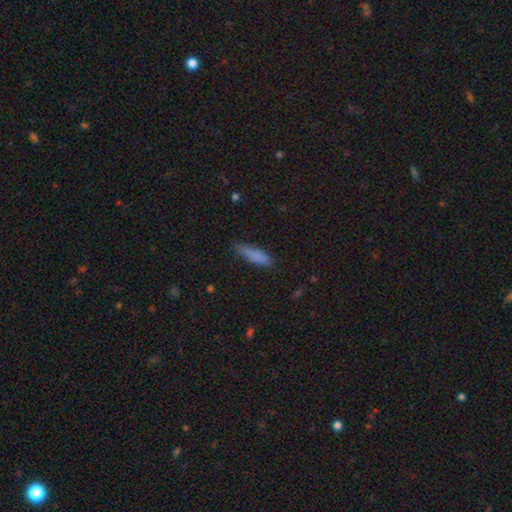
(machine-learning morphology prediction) Smooth or featured: smooth — 83% (featured or disk — 10%)
How rounded: cigar-shaped — 67% (in between — 31%)
Merging: none — 78% (minor disturbance — 17%)